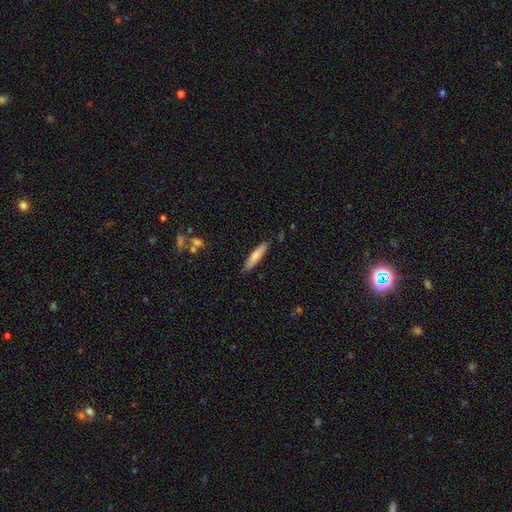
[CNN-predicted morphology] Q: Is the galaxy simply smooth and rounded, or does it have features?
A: smooth — 74%.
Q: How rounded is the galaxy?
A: cigar-shaped — 85%.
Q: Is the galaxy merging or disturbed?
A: none — 85%.